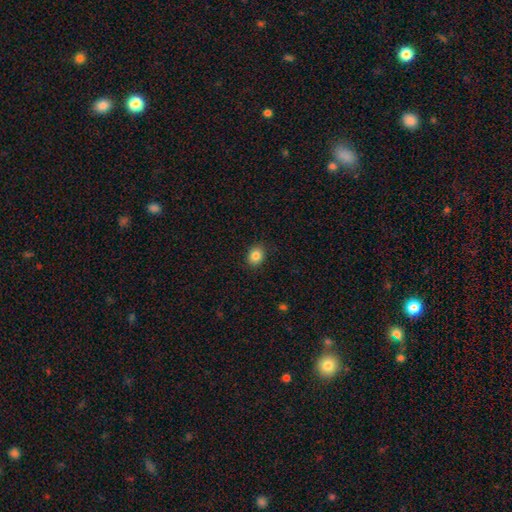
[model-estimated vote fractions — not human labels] Smooth or featured? Predicted: smooth (p=0.84). How rounded? Predicted: round (p=0.57). Merging? Predicted: none (p=0.90).